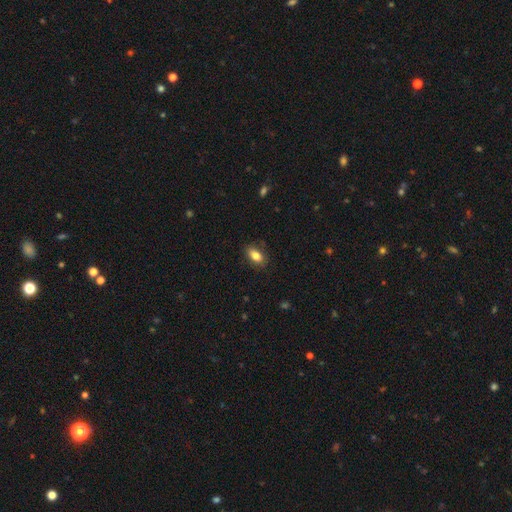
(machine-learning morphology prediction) Q: Smooth or featured?
A: smooth (83%); runner-up: featured or disk (10%)
Q: How rounded?
A: in between (89%); runner-up: round (6%)
Q: Merging?
A: none (83%); runner-up: minor disturbance (13%)